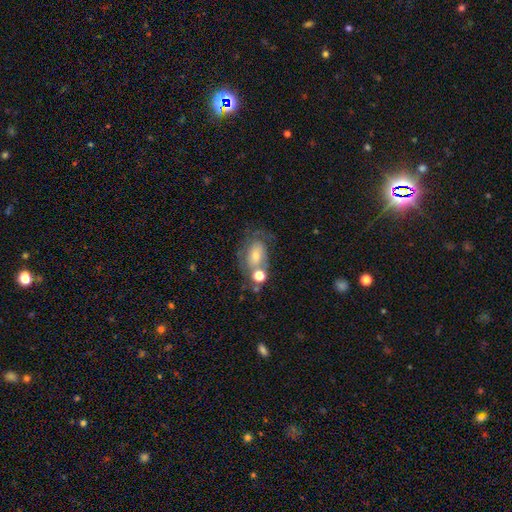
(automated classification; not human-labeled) Morphology: type=featured or disk (46%); merging=none (44%).